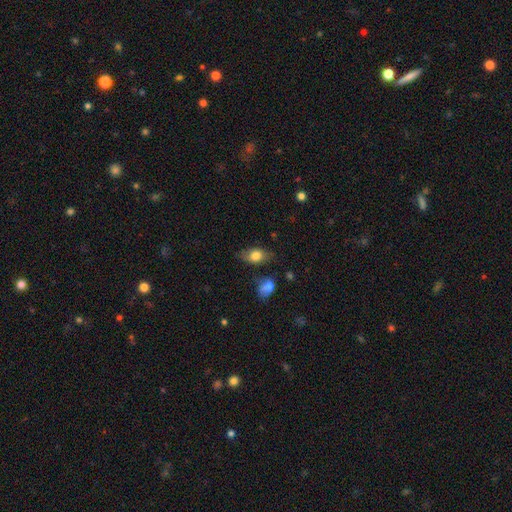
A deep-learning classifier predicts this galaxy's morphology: The model was most divided on "merging": none: 72%, minor disturbance: 20%, major disturbance: 5%, merger: 3%. More confident: how rounded — in between (84%); smooth or featured — smooth (75%).